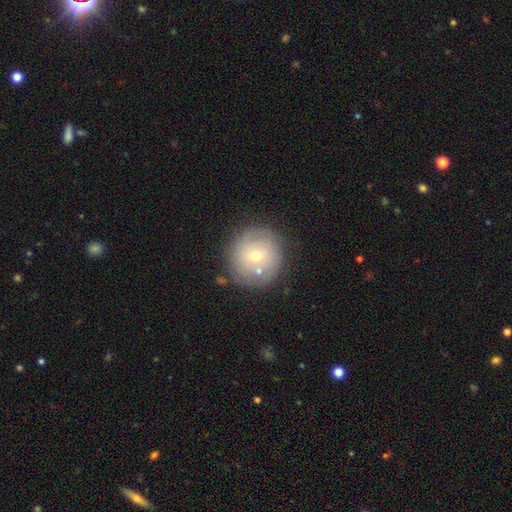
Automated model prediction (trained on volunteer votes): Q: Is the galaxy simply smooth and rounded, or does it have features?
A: smooth — 53%.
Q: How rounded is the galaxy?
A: round — 95%.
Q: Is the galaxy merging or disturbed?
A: none — 78%.